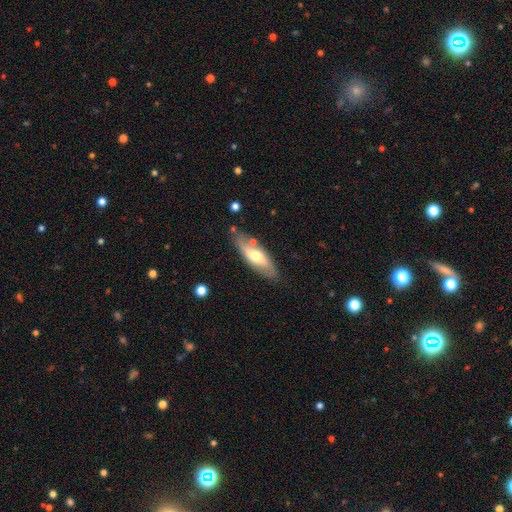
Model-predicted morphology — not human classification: smooth 51%, featured or disk 43%, star or artifact 5%. Down the decision tree: how rounded — in between (60%); merging — none (78%).